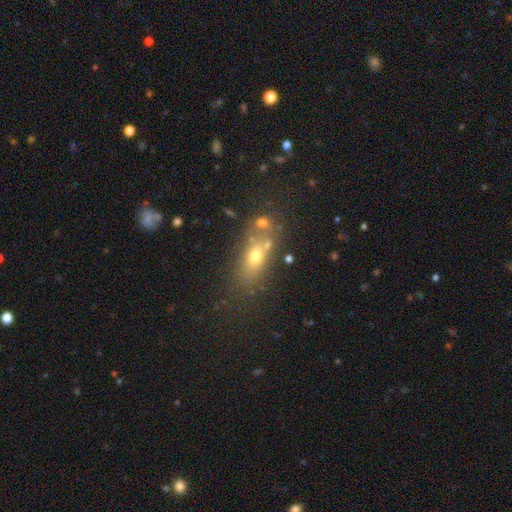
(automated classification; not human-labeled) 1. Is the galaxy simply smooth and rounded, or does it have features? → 62% smooth, 22% featured or disk, 16% star or artifact.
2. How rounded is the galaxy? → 69% in between, 17% round, 14% cigar-shaped.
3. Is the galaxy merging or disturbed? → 55% none, 23% merger, 15% minor disturbance, 8% major disturbance.